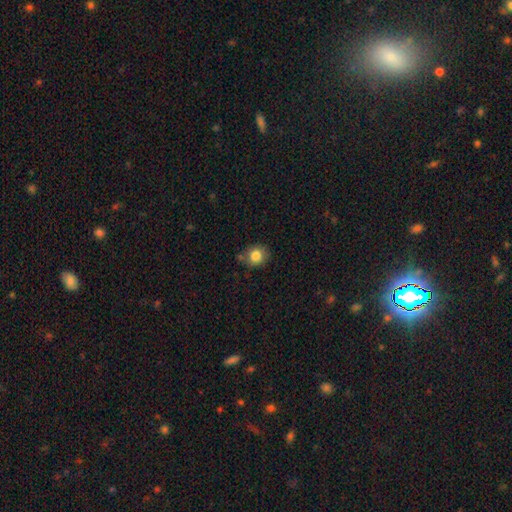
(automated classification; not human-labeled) A smooth galaxy with no disk features (83%) that is round (79%). Merging: none (73%).